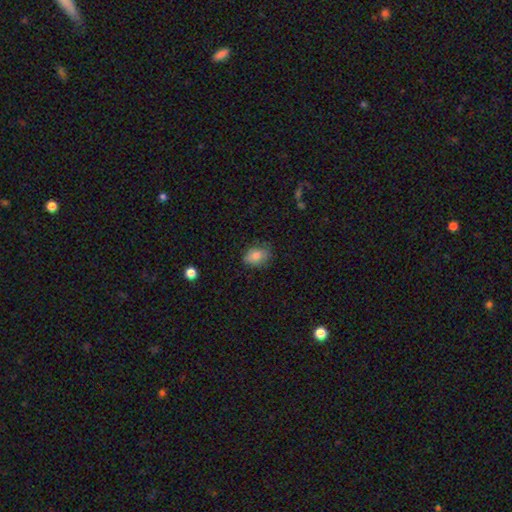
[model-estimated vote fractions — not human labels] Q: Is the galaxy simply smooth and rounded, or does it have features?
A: smooth — 81%.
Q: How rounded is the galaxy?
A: in between — 70%.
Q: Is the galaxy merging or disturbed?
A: none — 67%.